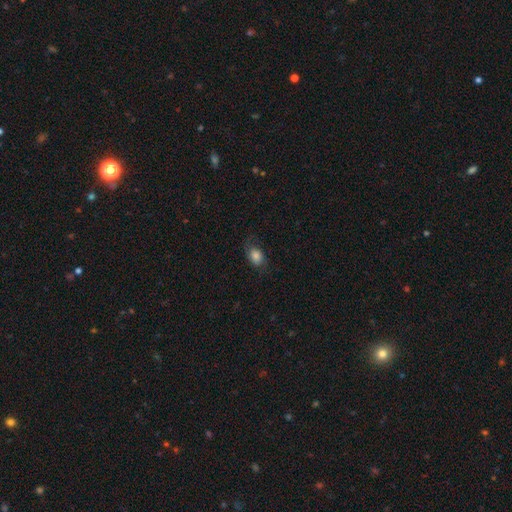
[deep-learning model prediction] smooth 69%, featured or disk 21%, star or artifact 10%. Down the decision tree: how rounded — in between (72%); merging — none (64%).